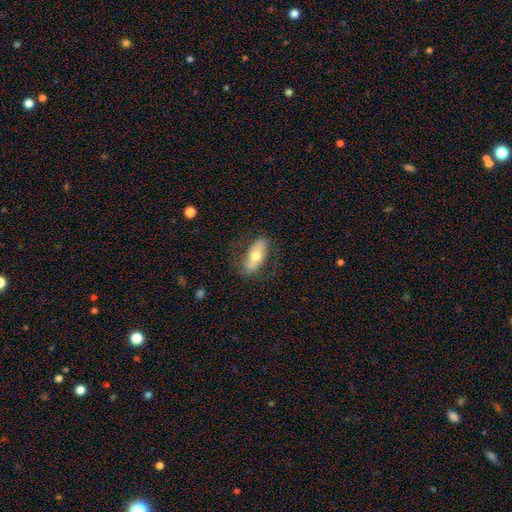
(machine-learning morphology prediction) smooth_or_featured: smooth (p=0.53) [alt: featured or disk p=0.41]
how_rounded: in between (p=0.86) [alt: cigar-shaped p=0.09]
merging: none (p=0.72) [alt: minor disturbance p=0.18]